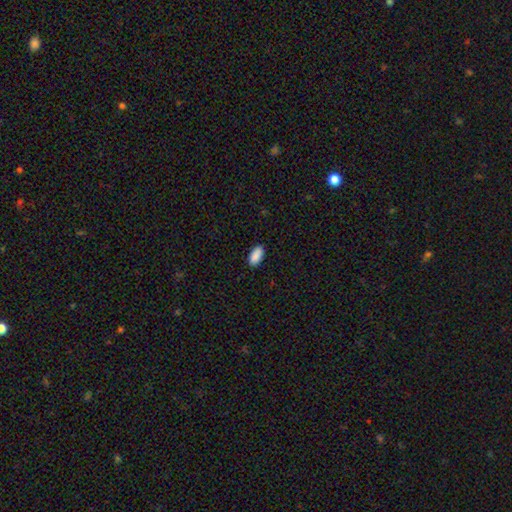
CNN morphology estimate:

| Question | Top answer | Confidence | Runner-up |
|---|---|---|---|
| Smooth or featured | smooth | 90% | star or artifact (7%) |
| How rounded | in between | 93% | cigar-shaped (4%) |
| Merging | none | 89% | minor disturbance (9%) |